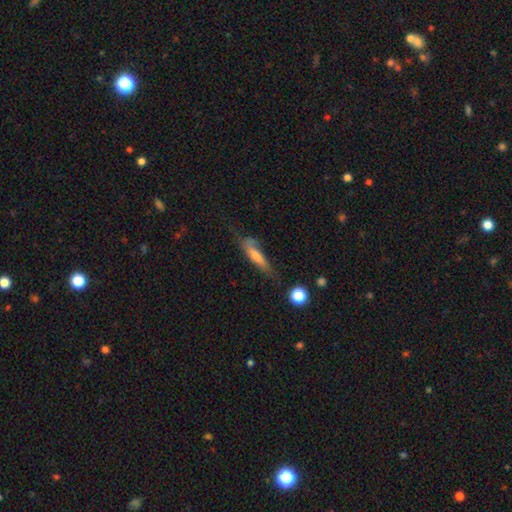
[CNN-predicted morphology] This appears to be a featured or disk galaxy (47%). Merging: none (51%).